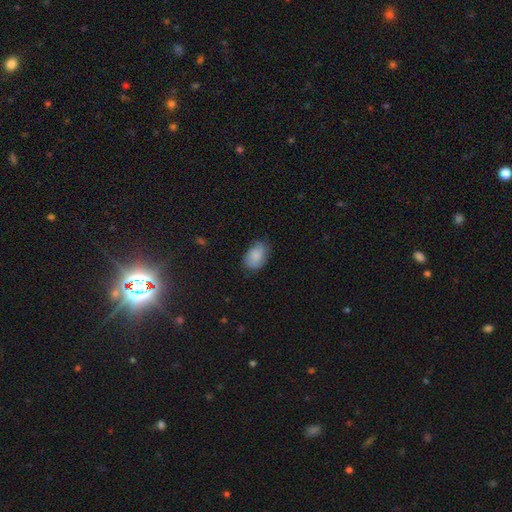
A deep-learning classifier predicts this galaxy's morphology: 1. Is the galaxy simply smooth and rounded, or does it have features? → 82% smooth, 11% featured or disk, 7% star or artifact.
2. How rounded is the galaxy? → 88% in between, 11% round, 1% cigar-shaped.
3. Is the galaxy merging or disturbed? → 65% none, 27% minor disturbance, 7% major disturbance, 1% merger.